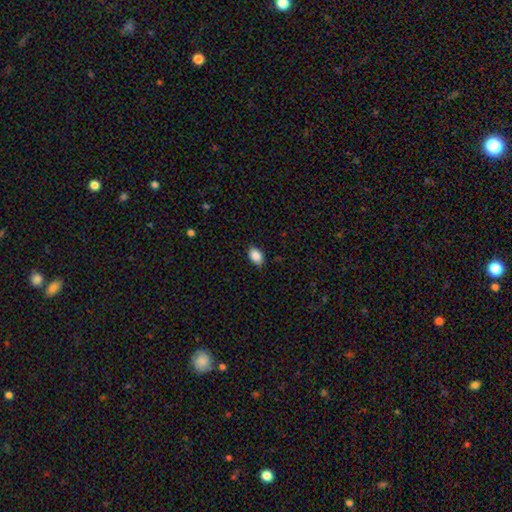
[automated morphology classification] Smooth or featured?
  - smooth: 89% *
  - star or artifact: 8%
  - featured or disk: 3%
How rounded?
  - in between: 89% *
  - round: 10%
  - cigar-shaped: 1%
Merging?
  - none: 86% *
  - minor disturbance: 11%
  - major disturbance: 2%
  - merger: 1%